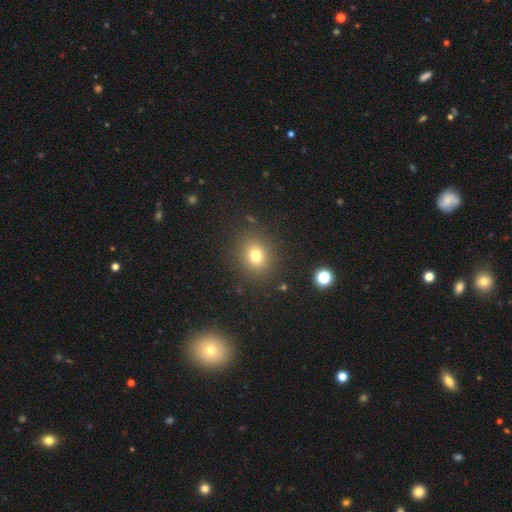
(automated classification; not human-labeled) Q: Smooth or featured?
A: smooth (75%); runner-up: star or artifact (15%)
Q: How rounded?
A: round (70%); runner-up: in between (29%)
Q: Merging?
A: none (87%); runner-up: minor disturbance (7%)